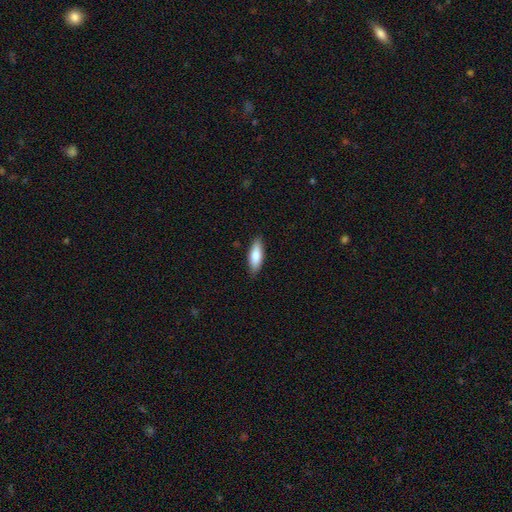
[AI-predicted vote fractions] This is clearly a smooth galaxy (81%). How rounded: likely in between (61%). Merging: clearly none (86%).